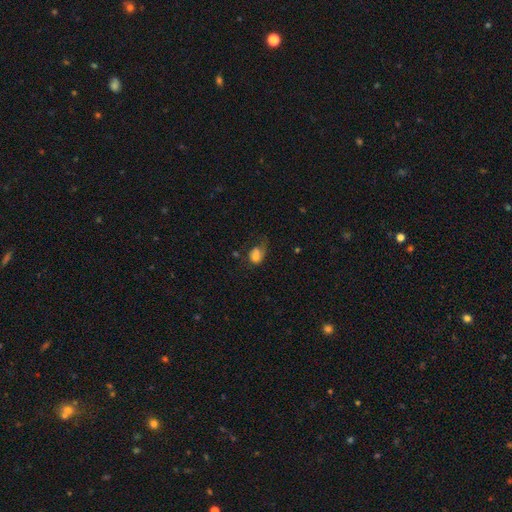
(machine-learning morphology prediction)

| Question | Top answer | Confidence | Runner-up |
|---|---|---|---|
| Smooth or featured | smooth | 69% | featured or disk (20%) |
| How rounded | in between | 58% | round (40%) |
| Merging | major disturbance | 31% | none (30%) |